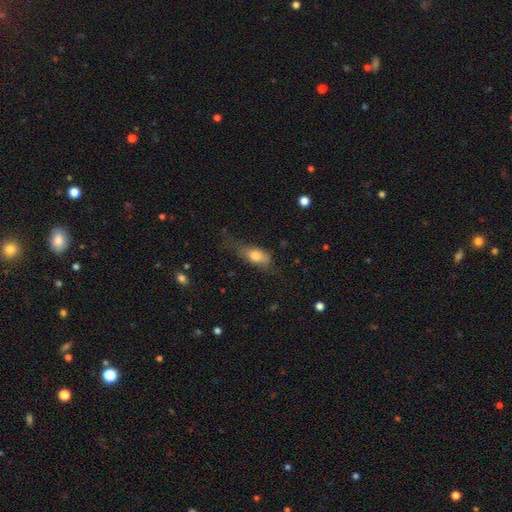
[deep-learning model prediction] Morphology: type=smooth (72%); roundness=in between (76%); merging=none (43%).